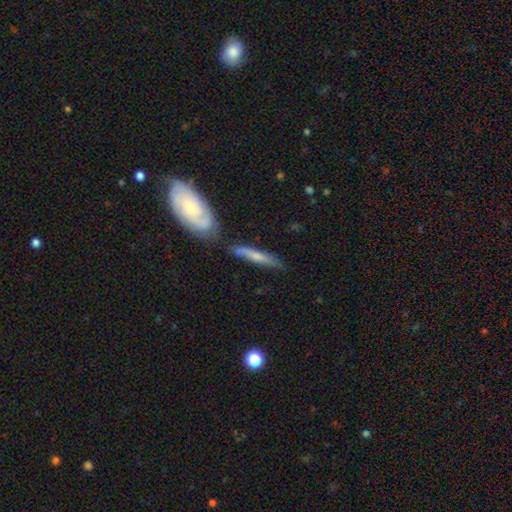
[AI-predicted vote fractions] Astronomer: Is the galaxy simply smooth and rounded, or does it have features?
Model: smooth — 51% (runner-up: featured or disk, 42%).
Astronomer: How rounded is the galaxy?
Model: cigar-shaped — 86%.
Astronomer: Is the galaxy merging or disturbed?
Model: none — 57%.